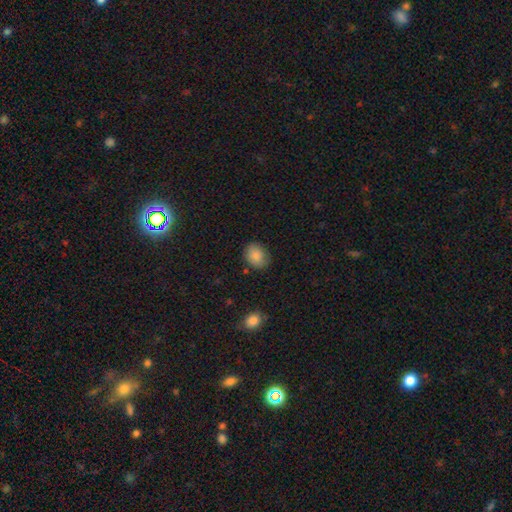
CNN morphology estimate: A smooth galaxy with no disk features (87%) that is round (51%).

Vote fractions:
- Smooth or featured? smooth: 87% / star or artifact: 8% / featured or disk: 5%
- How rounded? round: 51% / in between: 48% / cigar-shaped: 1%
- Merging? none: 79% / minor disturbance: 16% / major disturbance: 4% / merger: 2%